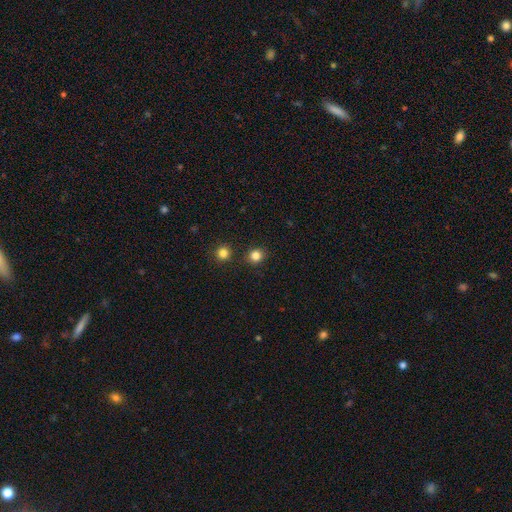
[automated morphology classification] This appears to be a smooth galaxy with no disk features (82%) that is round (88%). Merging: none (88%).